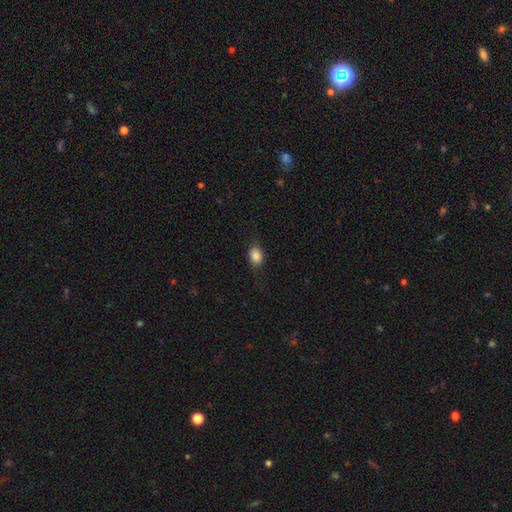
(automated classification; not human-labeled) Smooth or featured: smooth — 86% (star or artifact — 9%)
How rounded: in between — 69% (round — 29%)
Merging: none — 77% (minor disturbance — 17%)